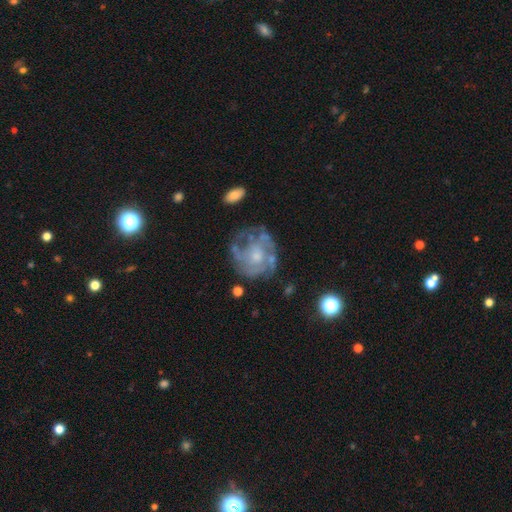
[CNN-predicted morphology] A featured or disk galaxy (75%) with no bar (77%), tight (49%) spiral arms (70%) and a small central bulge (44%).

Vote fractions:
- Smooth or featured? featured or disk: 75% / smooth: 17% / star or artifact: 8%
- Edge-on disk? no: 98% / yes: 2%
- Bar? no: 77% / weak: 19% / strong: 3%
- Spiral arms? yes: 70% / no: 30%
- Spiral winding? tight: 49% / medium: 35% / loose: 16%
- Spiral arm count? can't tell: 48% / 2: 17% / 3: 16% / 4: 8% / 1: 6% / more than 4: 5%
- Bulge size? small: 44% / moderate: 40% / none: 11% / large: 4% / dominant: 1%
- Merging? none: 59% / minor disturbance: 20% / major disturbance: 17% / merger: 3%